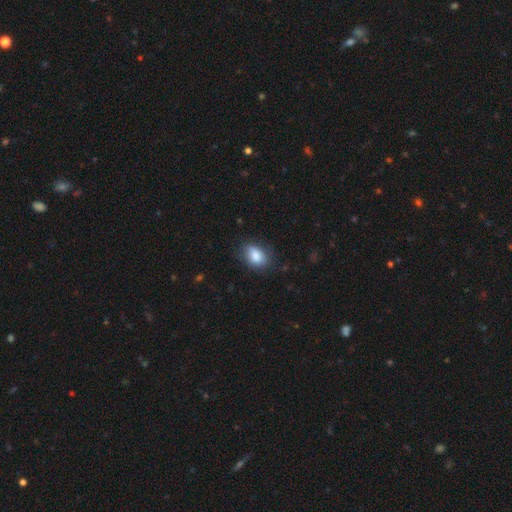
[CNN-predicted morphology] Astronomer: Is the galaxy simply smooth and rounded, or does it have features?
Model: smooth — 85%.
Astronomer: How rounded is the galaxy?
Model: in between — 85%.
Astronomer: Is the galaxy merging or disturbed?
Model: none — 73%.